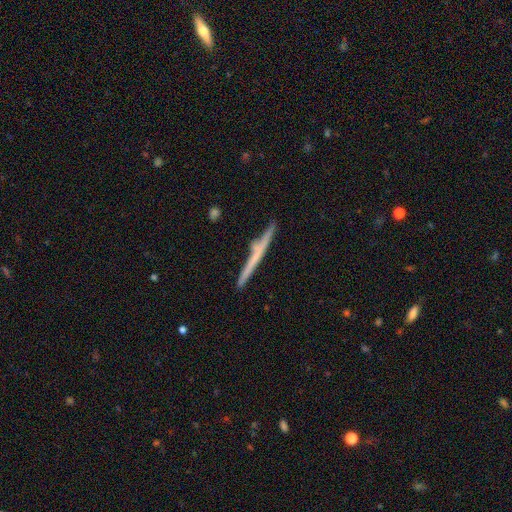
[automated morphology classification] smooth-or-featured: featured or disk: 56% | smooth: 38% | star or artifact: 6%
  disk-edge-on: yes: 97% | no: 3%
    edge-on-bulge: none: 78% | rounded: 15% | boxy: 7%
  merging: none: 84% | minor disturbance: 11% | merger: 3% | major disturbance: 2%